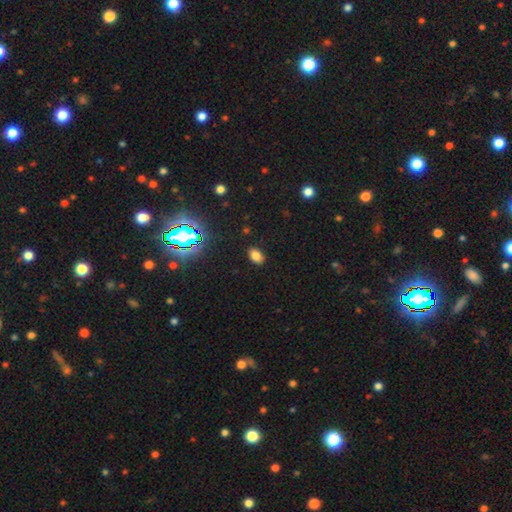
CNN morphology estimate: smooth 76%, star or artifact 17%, featured or disk 7%. Down the decision tree: how rounded — in between (87%); merging — none (87%).